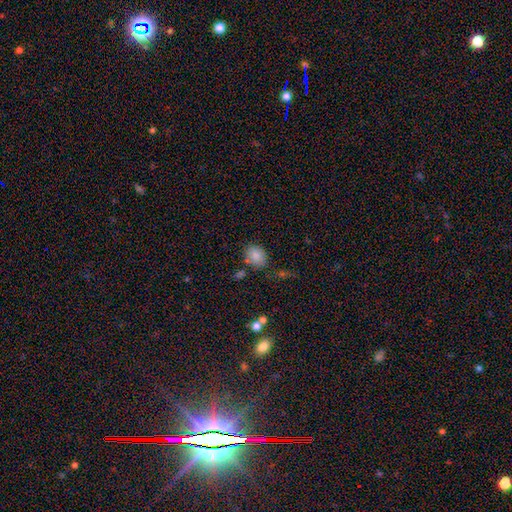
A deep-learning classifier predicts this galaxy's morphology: Smooth or featured? Predicted: smooth (p=0.84). How rounded? Predicted: in between (p=0.51). Merging? Predicted: none (p=0.72).